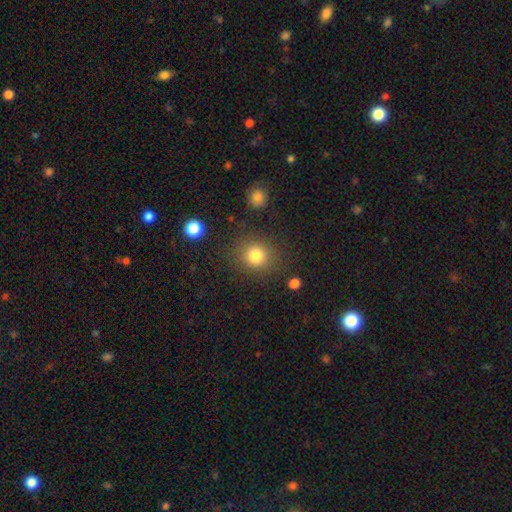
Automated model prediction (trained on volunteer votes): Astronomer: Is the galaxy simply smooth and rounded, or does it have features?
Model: smooth — 82%.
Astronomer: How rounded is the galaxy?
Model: round — 82%.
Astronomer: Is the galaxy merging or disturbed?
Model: none — 84%.